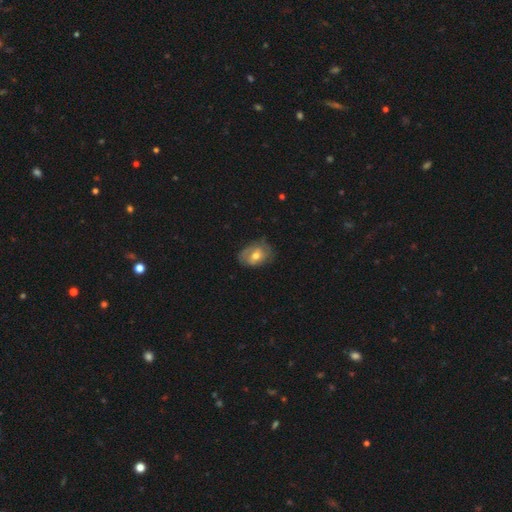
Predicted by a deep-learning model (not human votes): A featured or disk galaxy (48%).

Vote fractions:
- Smooth or featured? featured or disk: 48% / smooth: 44% / star or artifact: 8%
- Merging? none: 62% / minor disturbance: 28% / major disturbance: 9% / merger: 1%